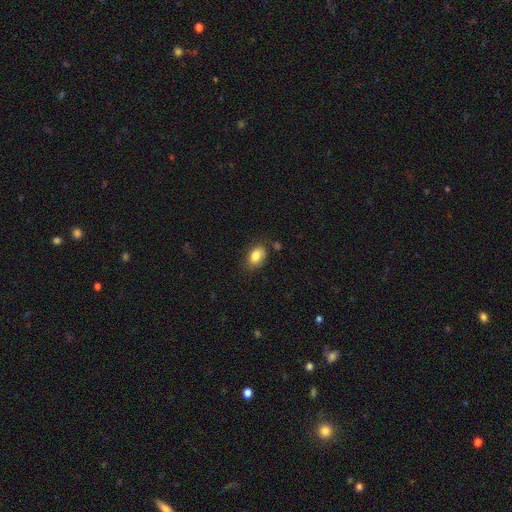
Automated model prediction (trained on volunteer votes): A smooth galaxy with no disk features (83%) that is in between round and cigar-shaped (86%).

Vote fractions:
- Smooth or featured? smooth: 83% / featured or disk: 9% / star or artifact: 8%
- How rounded? in between: 86% / round: 12% / cigar-shaped: 1%
- Merging? none: 75% / minor disturbance: 18% / major disturbance: 4% / merger: 3%